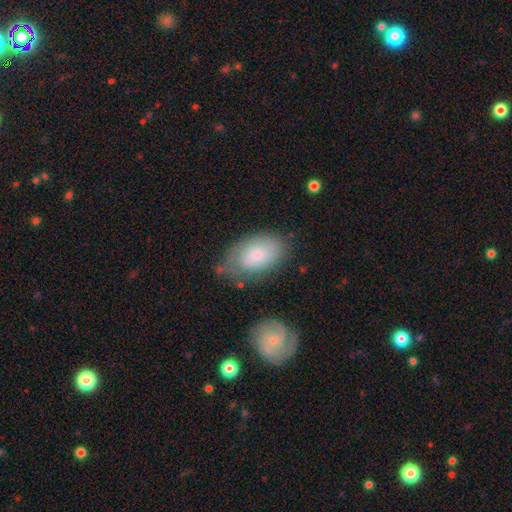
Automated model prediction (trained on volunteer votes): Overall: smooth (68%). How rounded: in between (92%). Merging: none (65%).